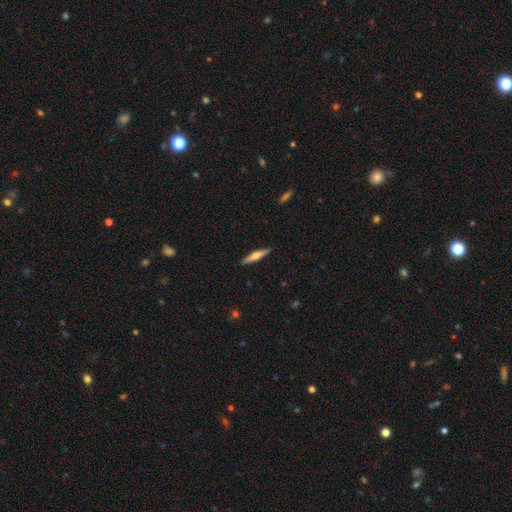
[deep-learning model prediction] Smooth or featured: featured or disk — 49% (smooth — 45%)
Merging: none — 90% (minor disturbance — 7%)